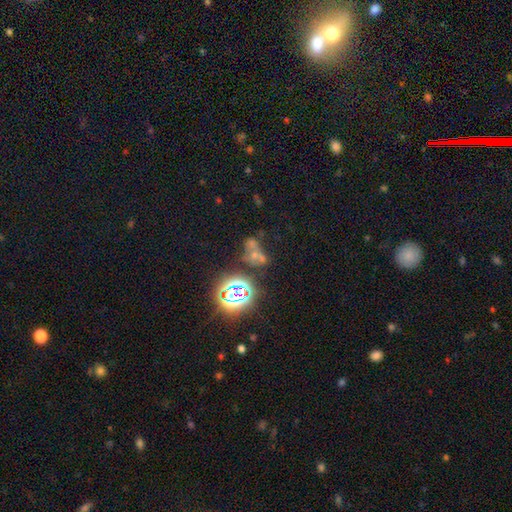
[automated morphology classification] The model was most divided on "smooth or featured": star or artifact: 45%, smooth: 36%, featured or disk: 20%.